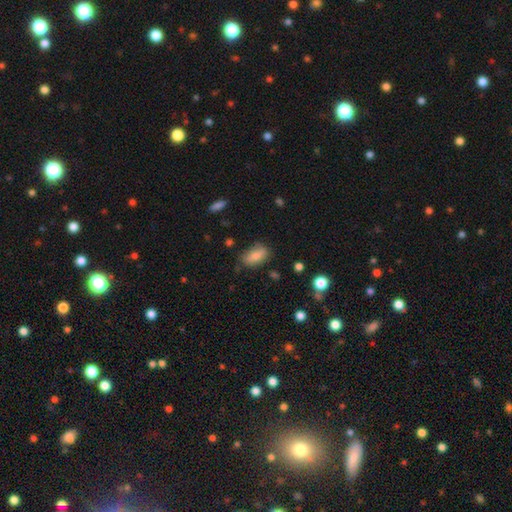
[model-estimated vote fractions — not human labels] Q: Smooth or featured?
A: smooth (80%); runner-up: featured or disk (13%)
Q: How rounded?
A: in between (90%); runner-up: cigar-shaped (5%)
Q: Merging?
A: none (70%); runner-up: minor disturbance (23%)